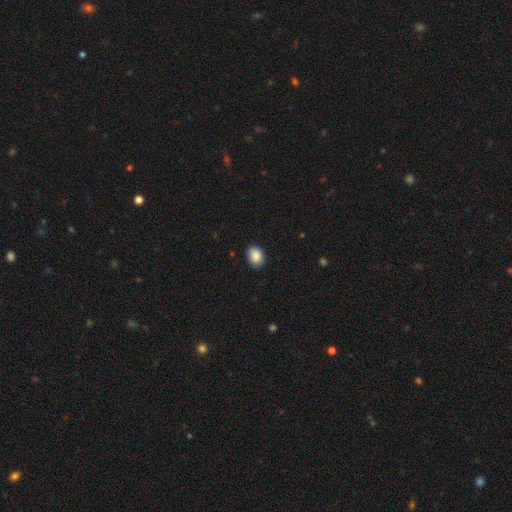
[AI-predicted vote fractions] The model was most divided on "how rounded": in between: 71%, round: 28%, cigar-shaped: 1%. More confident: smooth or featured — smooth (88%); merging — none (86%).